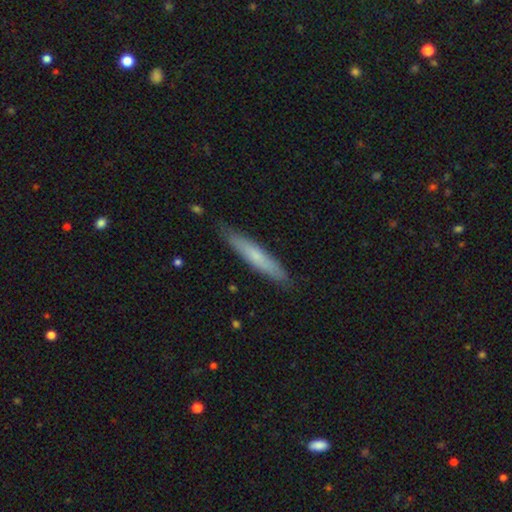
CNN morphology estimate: This is likely a smooth galaxy (64%). How rounded: clearly cigar-shaped (92%). Merging: clearly none (86%).